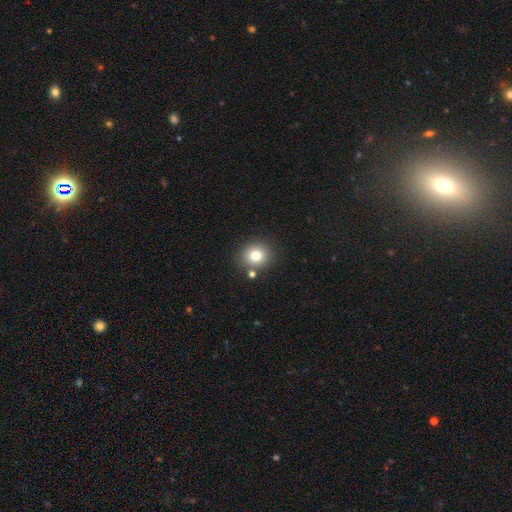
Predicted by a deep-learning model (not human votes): Smooth or featured: smooth — 79% (star or artifact — 12%)
How rounded: round — 83% (in between — 16%)
Merging: none — 82% (minor disturbance — 8%)